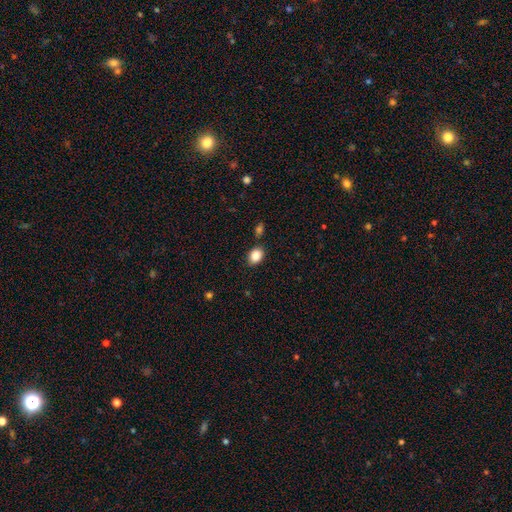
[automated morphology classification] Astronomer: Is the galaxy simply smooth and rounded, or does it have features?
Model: smooth — 88%.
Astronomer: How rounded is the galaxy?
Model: in between — 66%.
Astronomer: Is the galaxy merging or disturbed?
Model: none — 81%.